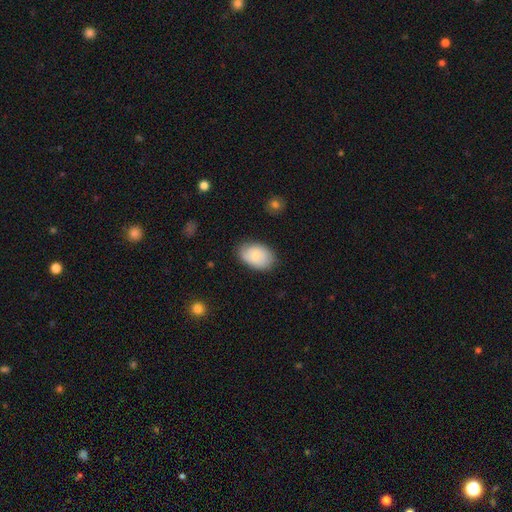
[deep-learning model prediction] Smooth or featured? smooth (78%)
How rounded? in between (89%)
Merging? none (79%)